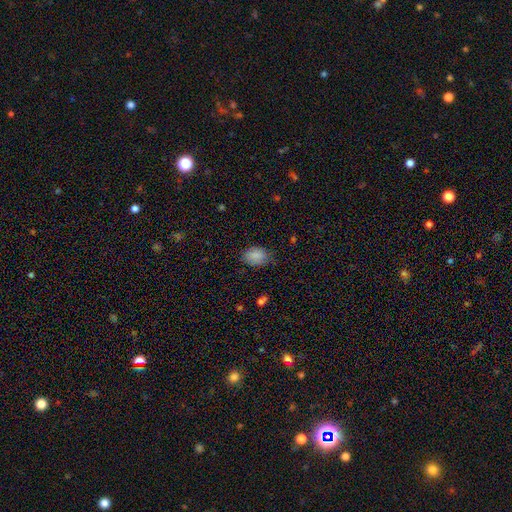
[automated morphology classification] The model was most divided on "merging": none: 71%, minor disturbance: 23%, major disturbance: 5%, merger: 1%. More confident: smooth or featured — smooth (86%); how rounded — in between (74%).